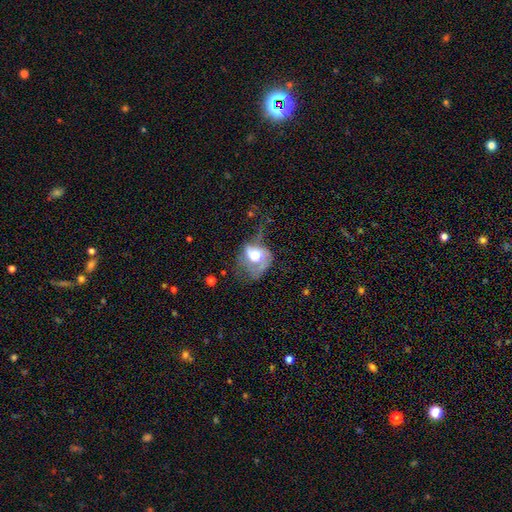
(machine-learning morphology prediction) A featured or disk galaxy (60%) with no bar (65%), spiral arms (63%) and a large central bulge (46%).

Vote fractions:
- Smooth or featured? featured or disk: 60% / smooth: 32% / star or artifact: 8%
- Edge-on disk? no: 96% / yes: 4%
- Bar? no: 65% / weak: 27% / strong: 8%
- Spiral arms? yes: 63% / no: 37%
- Bulge size? large: 46% / moderate: 41% / dominant: 7% / small: 4% / none: 2%
- Merging? major disturbance: 47% / none: 24% / minor disturbance: 24% / merger: 4%